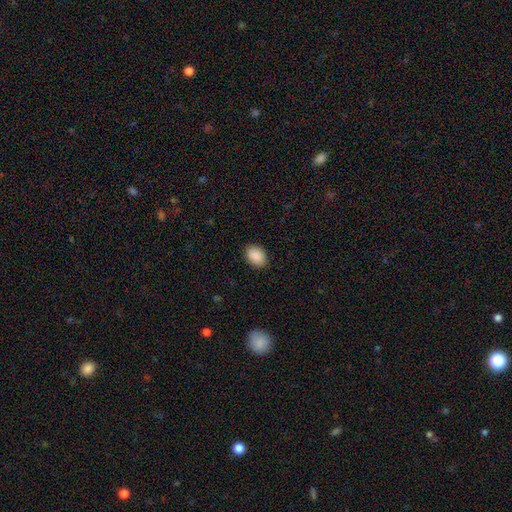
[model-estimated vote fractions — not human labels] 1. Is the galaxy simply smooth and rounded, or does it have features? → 90% smooth, 7% star or artifact, 3% featured or disk.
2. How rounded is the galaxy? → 73% in between, 26% round, 1% cigar-shaped.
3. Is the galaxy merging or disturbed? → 88% none, 9% minor disturbance, 2% major disturbance, 1% merger.